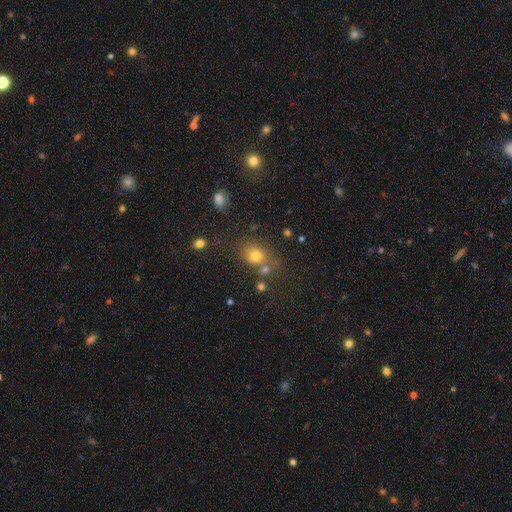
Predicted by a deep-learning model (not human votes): Smooth or featured? smooth (72%)
How rounded? round (66%)
Merging? none (60%)